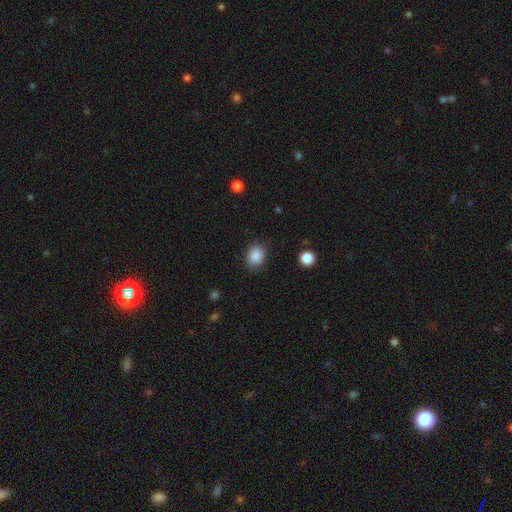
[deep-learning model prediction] Smooth or featured? Predicted: smooth (p=0.87). How rounded? Predicted: round (p=0.54). Merging? Predicted: none (p=0.85).